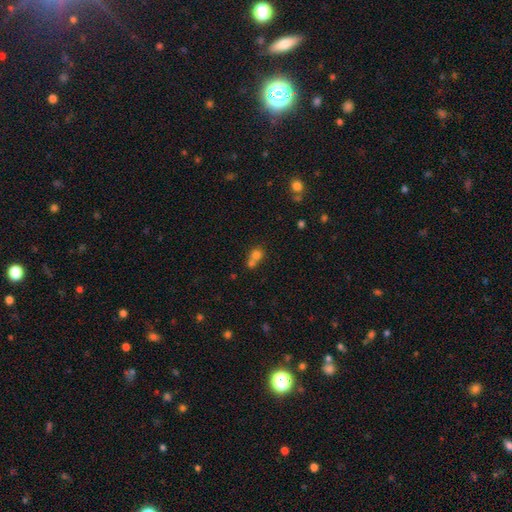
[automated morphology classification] smooth 73%, star or artifact 14%, featured or disk 13%. Down the decision tree: how rounded — round (75%); merging — merger (59%).